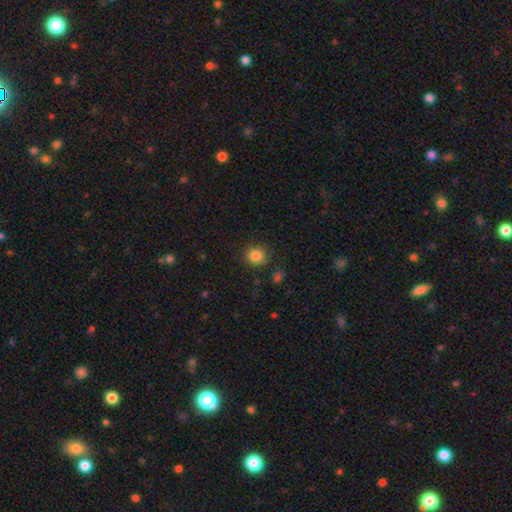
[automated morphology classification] Smooth or featured: smooth — 85% (star or artifact — 11%)
How rounded: round — 88% (in between — 11%)
Merging: none — 87% (minor disturbance — 8%)